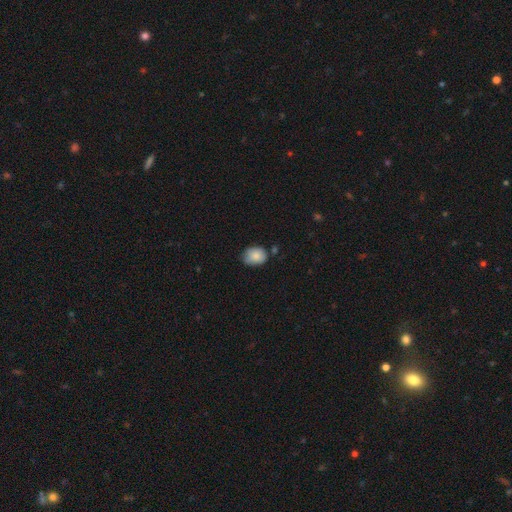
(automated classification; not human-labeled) The model was most divided on "how rounded": in between: 59%, round: 40%, cigar-shaped: 1%. More confident: smooth or featured — smooth (85%); merging — none (64%).